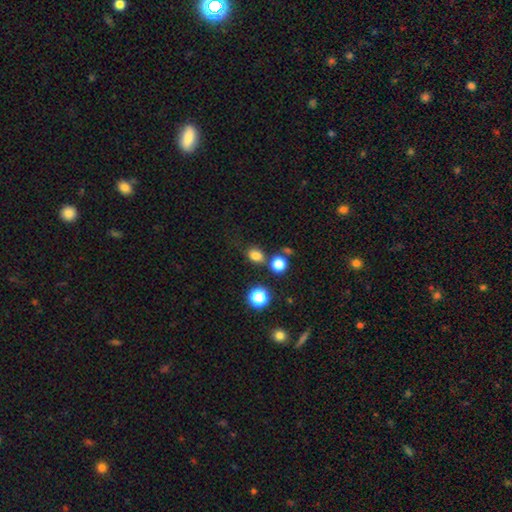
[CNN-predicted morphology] smooth_or_featured: smooth (p=0.79) [alt: star or artifact p=0.16]
how_rounded: in between (p=0.51) [alt: round p=0.48]
merging: none (p=0.70) [alt: minor disturbance p=0.13]